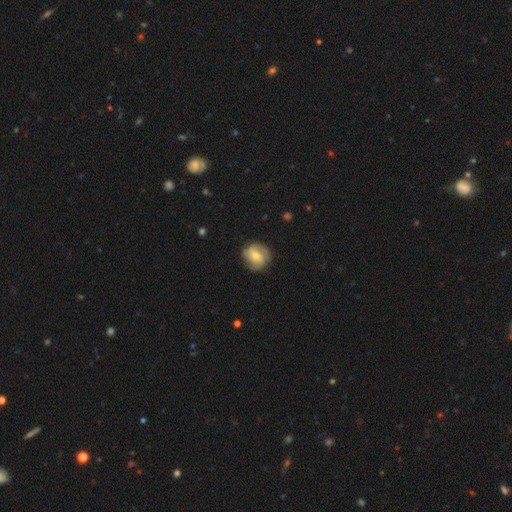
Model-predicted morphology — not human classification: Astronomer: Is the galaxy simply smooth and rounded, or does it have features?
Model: featured or disk — 56% (runner-up: smooth, 37%).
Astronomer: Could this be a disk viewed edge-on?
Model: no — 97%.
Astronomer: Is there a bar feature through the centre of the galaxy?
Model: no — 45% (runner-up: weak, 40%).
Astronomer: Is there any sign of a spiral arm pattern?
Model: yes — 80%.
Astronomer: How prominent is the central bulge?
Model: moderate — 53% (runner-up: small, 42%).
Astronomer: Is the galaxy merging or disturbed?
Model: none — 72%.